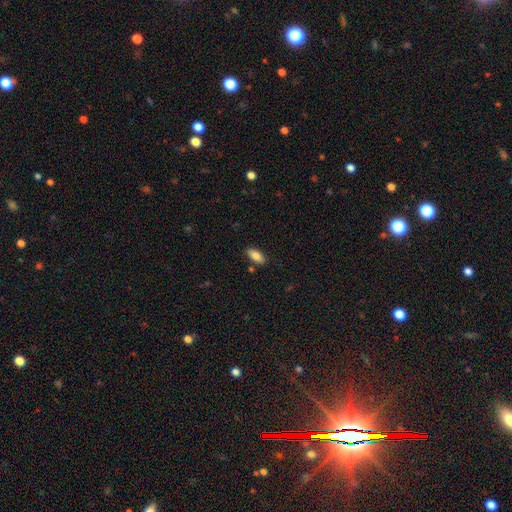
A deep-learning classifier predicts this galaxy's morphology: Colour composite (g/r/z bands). It shows a smooth galaxy with no disk features (84%) that is in between round and cigar-shaped (86%). Merging: none (85%).